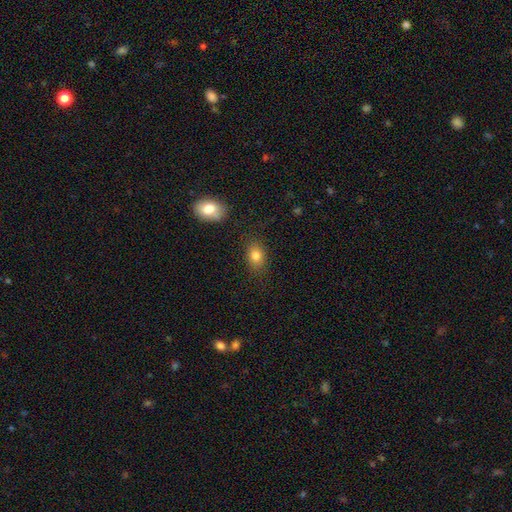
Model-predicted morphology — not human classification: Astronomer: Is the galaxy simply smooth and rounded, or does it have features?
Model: smooth — 82%.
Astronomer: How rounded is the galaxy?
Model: in between — 75%.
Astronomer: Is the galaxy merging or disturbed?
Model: none — 82%.